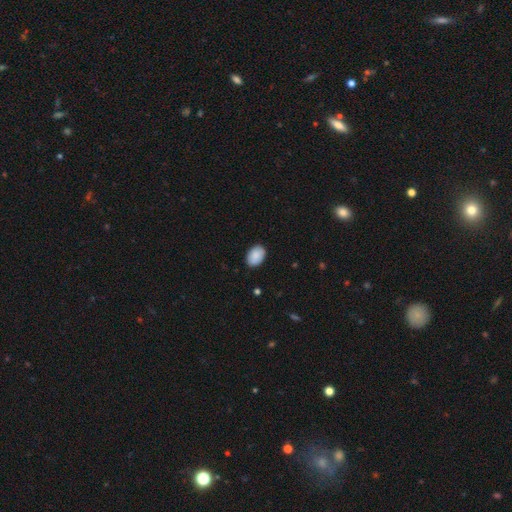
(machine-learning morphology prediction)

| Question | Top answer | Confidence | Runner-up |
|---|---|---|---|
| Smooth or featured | smooth | 90% | star or artifact (6%) |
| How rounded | in between | 84% | round (15%) |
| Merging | none | 88% | minor disturbance (9%) |